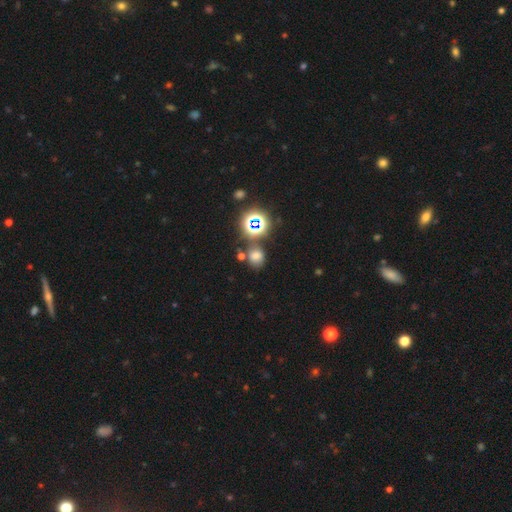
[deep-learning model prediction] This appears to be a smooth galaxy with no disk features (62%) that is round (66%). Merging: none (66%).